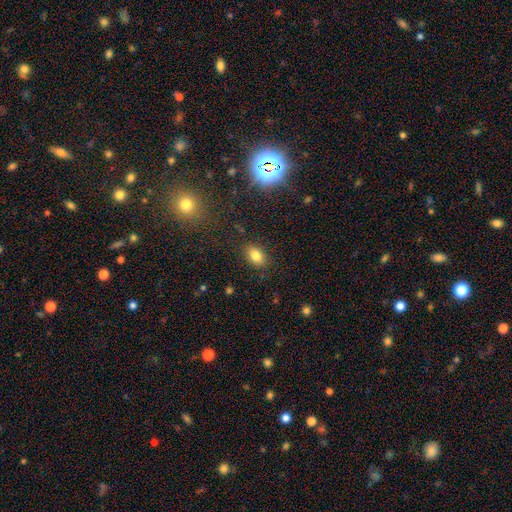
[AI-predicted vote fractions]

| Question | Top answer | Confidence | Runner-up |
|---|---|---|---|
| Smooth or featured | smooth | 80% | star or artifact (11%) |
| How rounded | in between | 84% | round (15%) |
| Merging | none | 85% | minor disturbance (10%) |